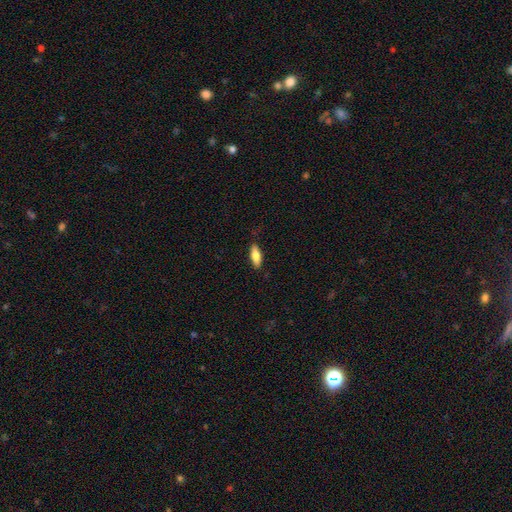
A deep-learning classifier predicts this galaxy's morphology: The model was most divided on "how rounded": in between: 69%, cigar-shaped: 29%, round: 2%. More confident: merging — none (86%); smooth or featured — smooth (74%).